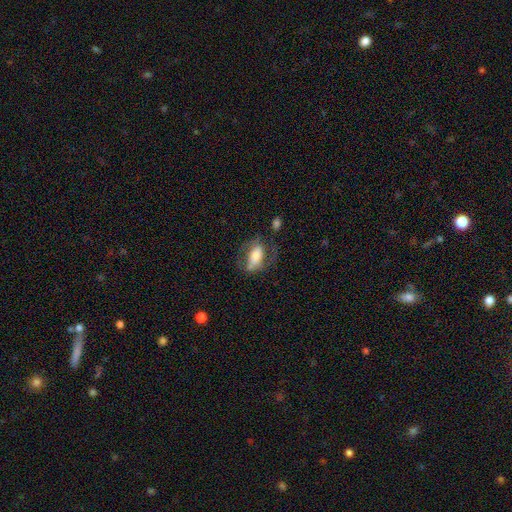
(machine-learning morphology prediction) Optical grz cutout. It shows a smooth galaxy with no disk features (49%). Merging: none (52%).